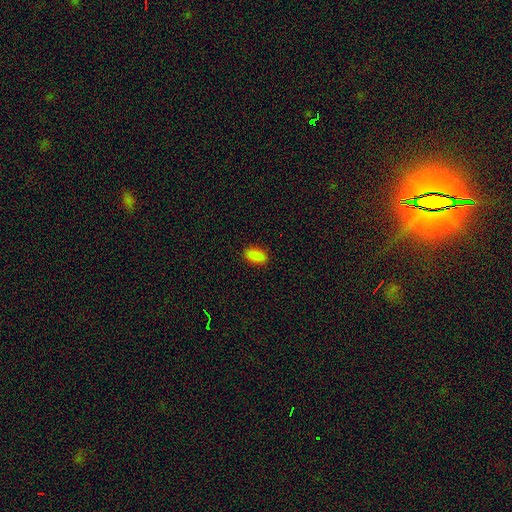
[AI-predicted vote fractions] Smooth or featured?
  - smooth: 88% *
  - star or artifact: 9%
  - featured or disk: 3%
How rounded?
  - in between: 90% *
  - cigar-shaped: 6%
  - round: 4%
Merging?
  - none: 88% *
  - minor disturbance: 9%
  - major disturbance: 2%
  - merger: 1%